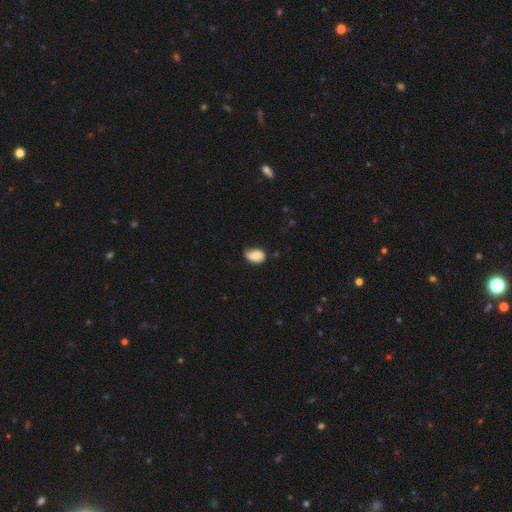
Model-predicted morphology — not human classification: Smooth or featured: smooth — 72% (featured or disk — 20%)
How rounded: in between — 82% (round — 17%)
Merging: none — 45% (minor disturbance — 40%)